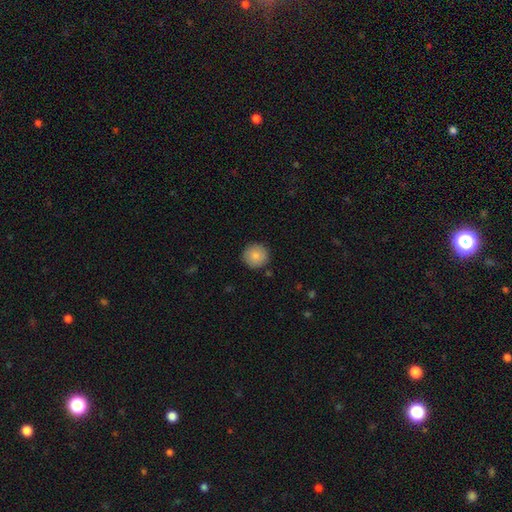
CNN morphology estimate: type=smooth (85%); roundness=round (95%); merging=none (90%).